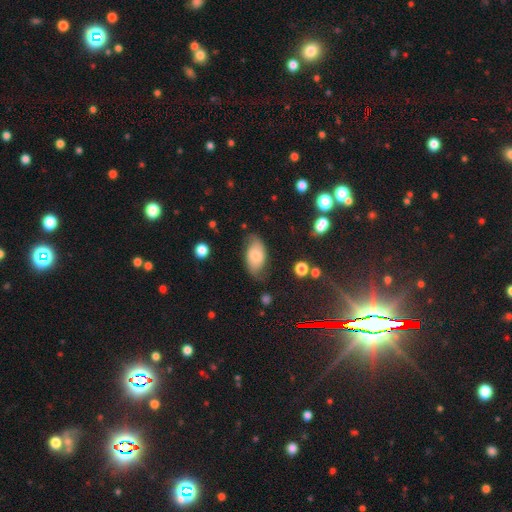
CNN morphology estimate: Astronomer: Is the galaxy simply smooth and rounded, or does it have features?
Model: smooth — 57% (runner-up: featured or disk, 34%).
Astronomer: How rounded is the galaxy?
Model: in between — 92%.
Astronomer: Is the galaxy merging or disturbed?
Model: none — 61%.